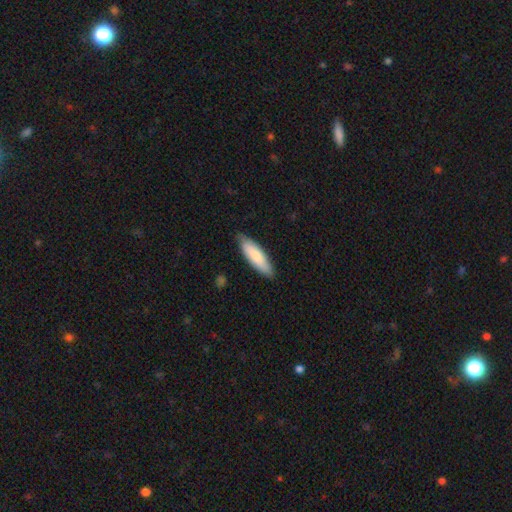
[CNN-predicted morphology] Smooth or featured? smooth (80%)
How rounded? cigar-shaped (51%)
Merging? none (82%)